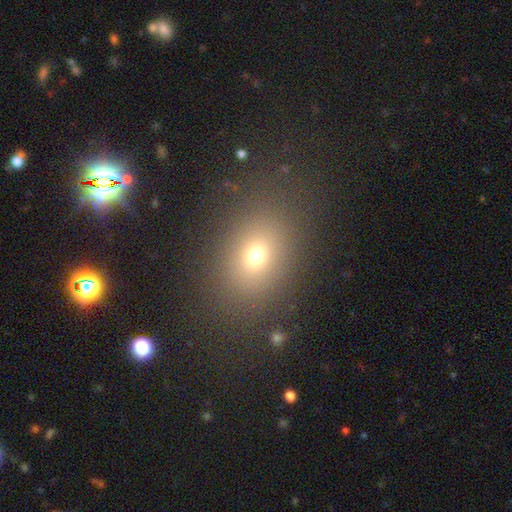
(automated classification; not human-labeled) Q: Smooth or featured?
A: smooth (70%); runner-up: star or artifact (19%)
Q: How rounded?
A: in between (60%); runner-up: round (39%)
Q: Merging?
A: none (82%); runner-up: minor disturbance (10%)